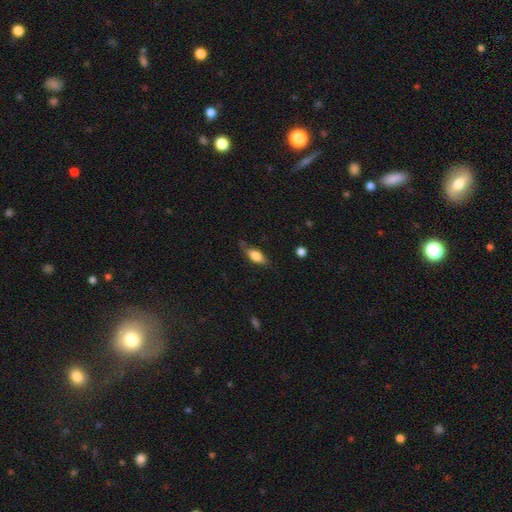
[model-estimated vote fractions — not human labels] Q: Smooth or featured?
A: smooth (73%); runner-up: featured or disk (20%)
Q: How rounded?
A: in between (80%); runner-up: cigar-shaped (16%)
Q: Merging?
A: none (63%); runner-up: minor disturbance (27%)